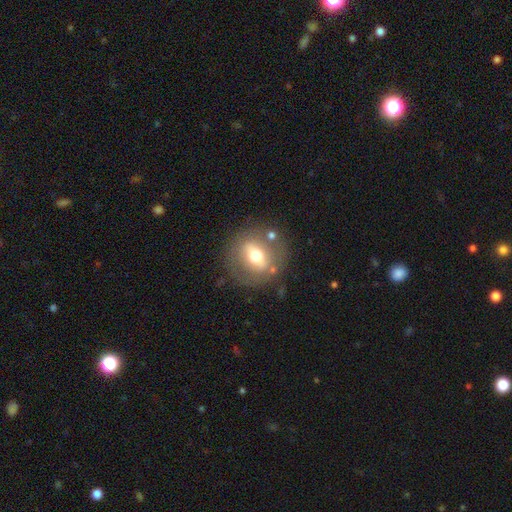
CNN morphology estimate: This appears to be a featured or disk galaxy (49%). Merging: none (78%).